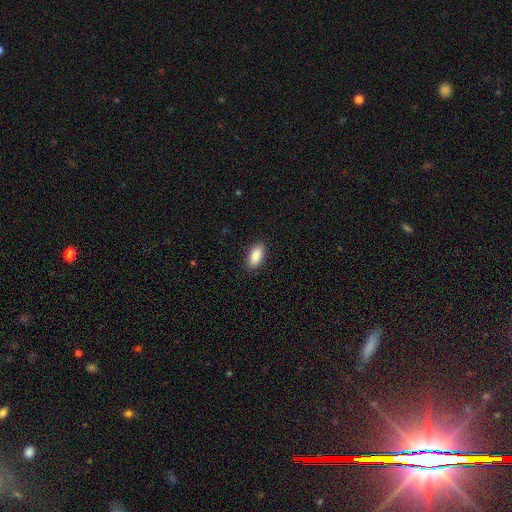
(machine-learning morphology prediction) Q: Smooth or featured?
A: smooth (89%); runner-up: star or artifact (6%)
Q: How rounded?
A: in between (91%); runner-up: cigar-shaped (5%)
Q: Merging?
A: none (89%); runner-up: minor disturbance (8%)